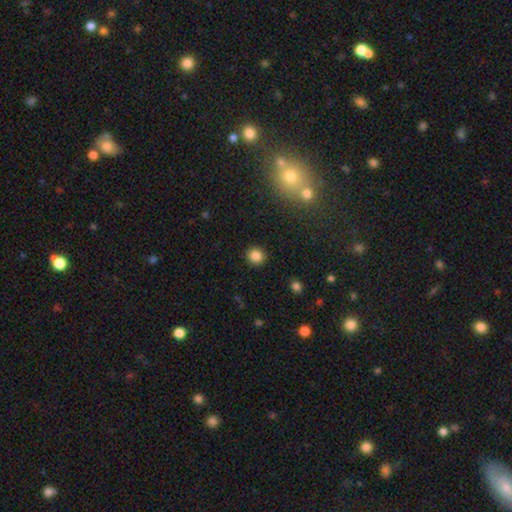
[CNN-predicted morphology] smooth 84%, star or artifact 11%, featured or disk 4%. Down the decision tree: how rounded — round (90%); merging — none (91%).